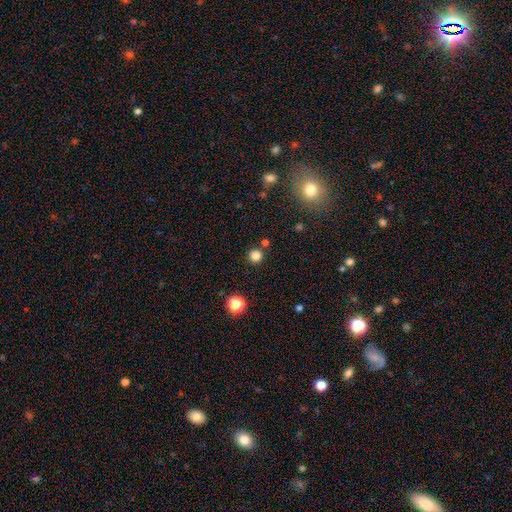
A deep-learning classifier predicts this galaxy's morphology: smooth_or_featured: smooth (p=0.81) [alt: star or artifact p=0.15]
how_rounded: round (p=0.95) [alt: in between p=0.04]
merging: none (p=0.87) [alt: minor disturbance p=0.06]